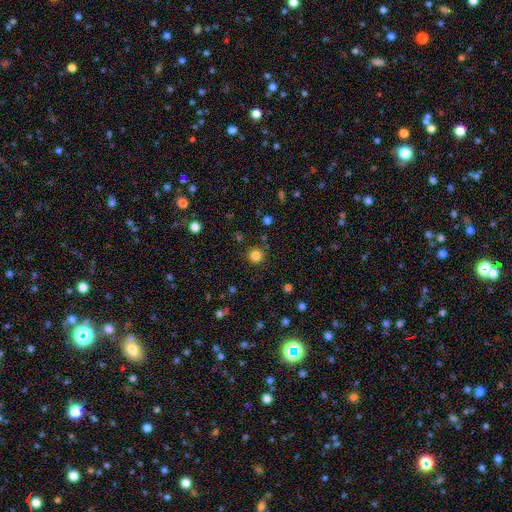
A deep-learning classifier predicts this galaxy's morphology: A smooth galaxy with no disk features (83%) that is round (94%). Merging: none (89%).